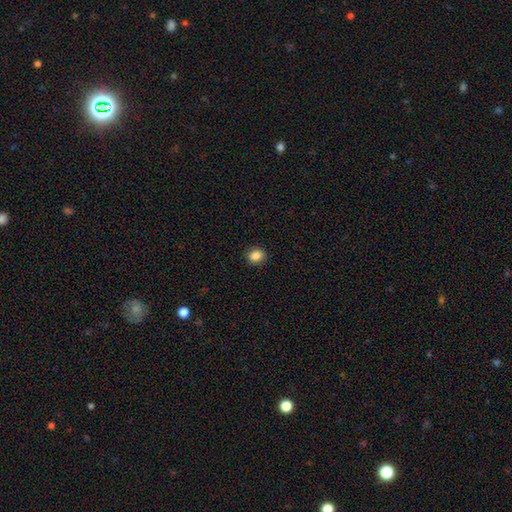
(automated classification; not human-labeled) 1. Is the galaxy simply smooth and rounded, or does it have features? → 87% smooth, 10% star or artifact, 3% featured or disk.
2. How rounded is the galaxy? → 64% round, 35% in between, 1% cigar-shaped.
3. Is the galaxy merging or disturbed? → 90% none, 7% minor disturbance, 2% major disturbance, 1% merger.